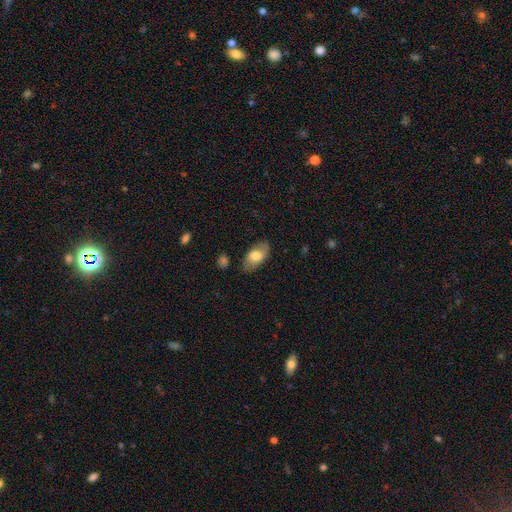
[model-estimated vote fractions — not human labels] Overall: smooth (66%; featured or disk 27%). How rounded: in between (93%). Merging: none (76%).